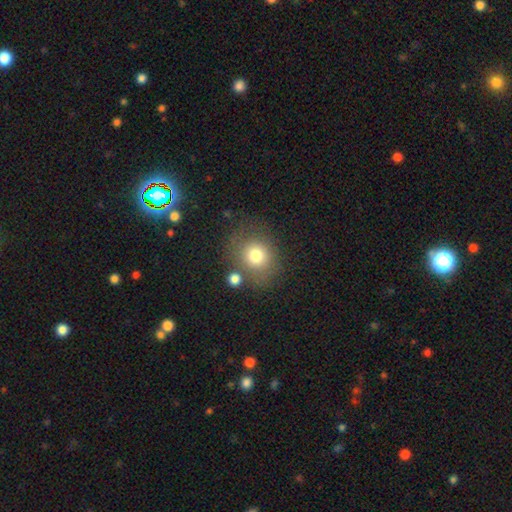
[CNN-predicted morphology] Smooth or featured? Predicted: smooth (p=0.77). How rounded? Predicted: round (p=0.71). Merging? Predicted: none (p=0.68).